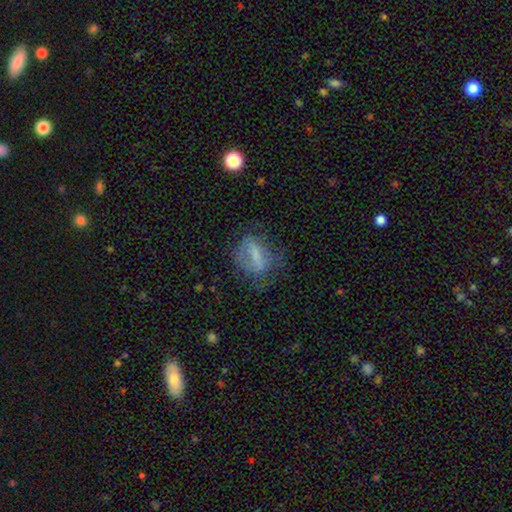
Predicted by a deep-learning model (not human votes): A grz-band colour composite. It shows a smooth galaxy with no disk features (50%). Merging: none (46%).